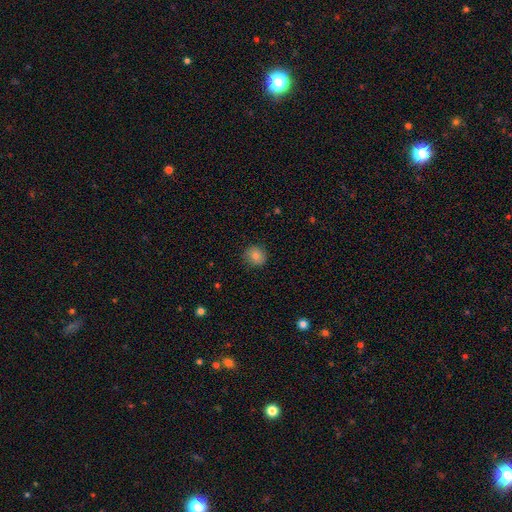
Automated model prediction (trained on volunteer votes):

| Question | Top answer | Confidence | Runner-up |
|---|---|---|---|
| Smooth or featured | smooth | 81% | star or artifact (10%) |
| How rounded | round | 86% | in between (13%) |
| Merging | none | 87% | minor disturbance (10%) |